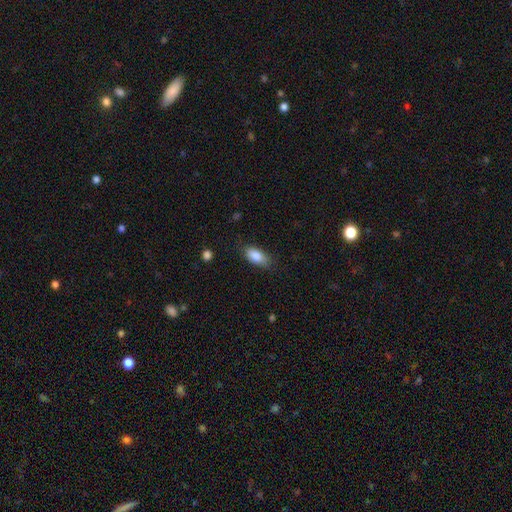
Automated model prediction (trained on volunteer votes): The model was most divided on "merging": none: 80%, minor disturbance: 16%, major disturbance: 4%, merger: 1%. More confident: how rounded — in between (89%); smooth or featured — smooth (86%).